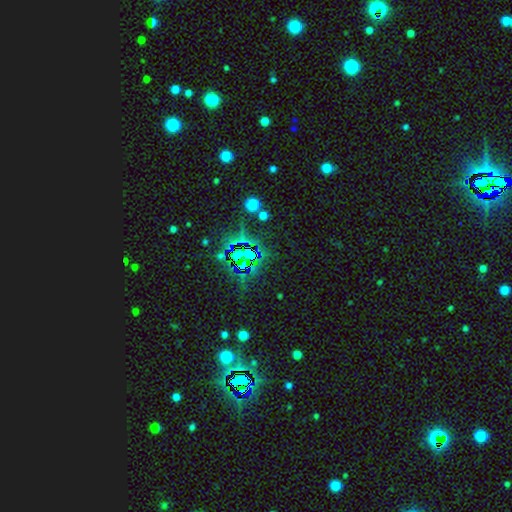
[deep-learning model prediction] Smooth or featured?
  - star or artifact: 75% *
  - smooth: 14%
  - featured or disk: 11%